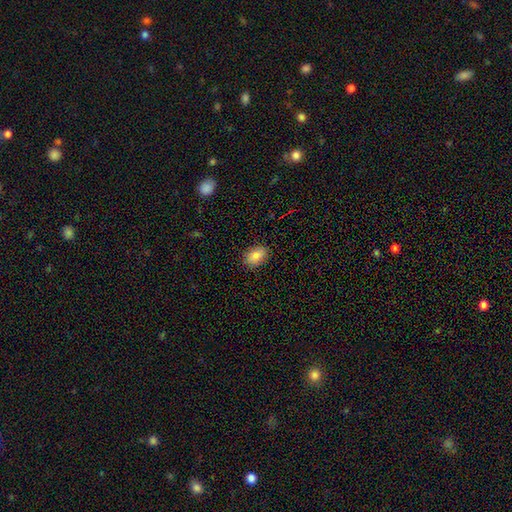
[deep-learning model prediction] Overall: smooth (84%). How rounded: in between (84%). Merging: none (88%).